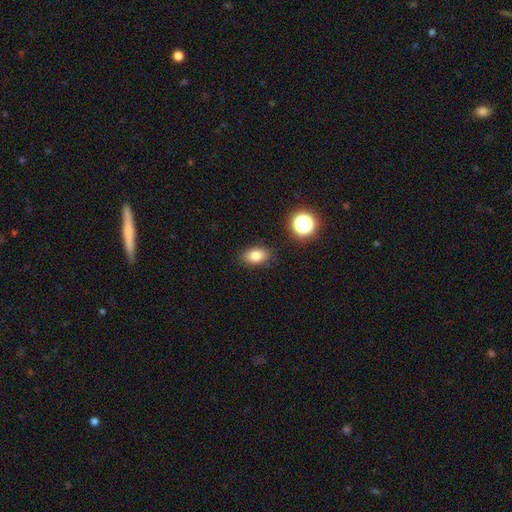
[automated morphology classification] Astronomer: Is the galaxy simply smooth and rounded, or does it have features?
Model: smooth — 81%.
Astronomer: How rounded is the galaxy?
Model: in between — 85%.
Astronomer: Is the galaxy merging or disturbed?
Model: none — 86%.